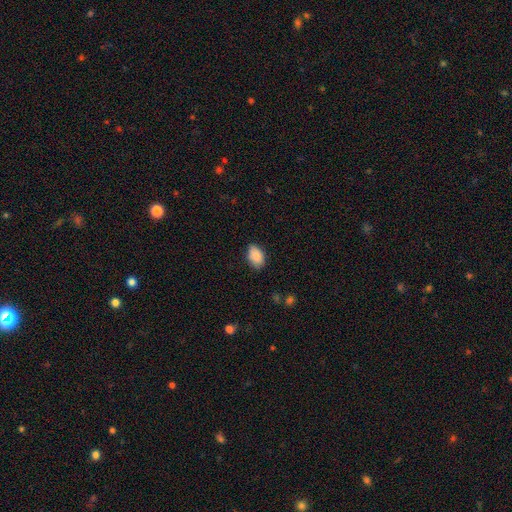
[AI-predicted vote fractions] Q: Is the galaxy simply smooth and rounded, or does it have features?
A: smooth — 88%.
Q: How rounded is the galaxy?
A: in between — 89%.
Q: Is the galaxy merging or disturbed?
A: none — 77%.